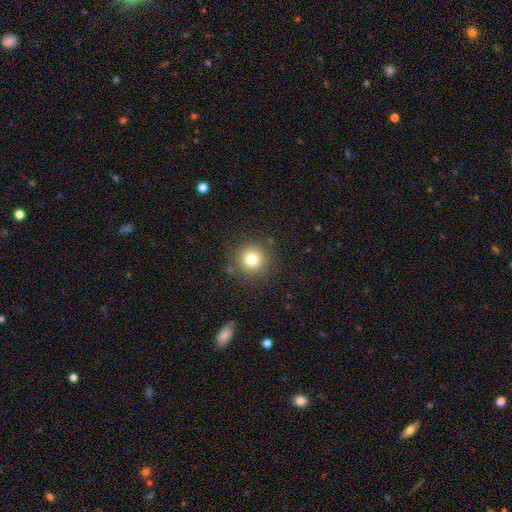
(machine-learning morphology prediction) Smooth or featured? smooth (78%)
How rounded? round (94%)
Merging? none (87%)